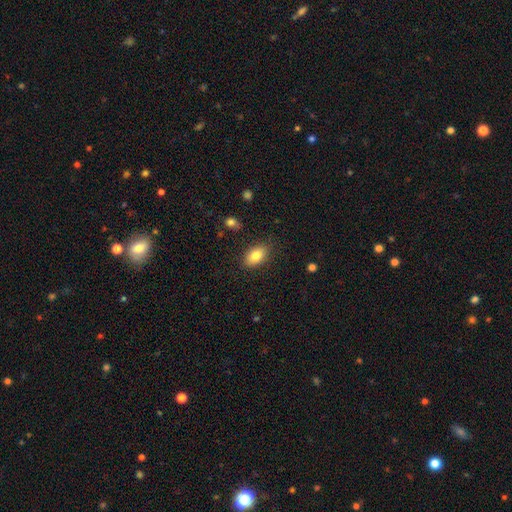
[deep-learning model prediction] smooth-or-featured: smooth: 82% | featured or disk: 10% | star or artifact: 8%
  how-rounded: in between: 90% | round: 7% | cigar-shaped: 3%
  merging: none: 85% | minor disturbance: 11% | major disturbance: 3% | merger: 1%